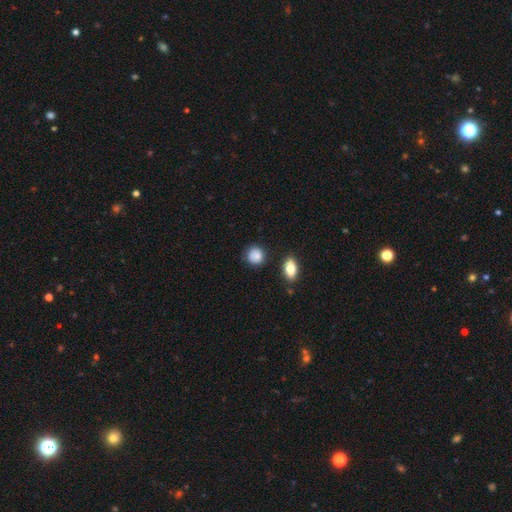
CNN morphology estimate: A smooth galaxy with no disk features (84%) that is round (81%). Merging: none (78%).